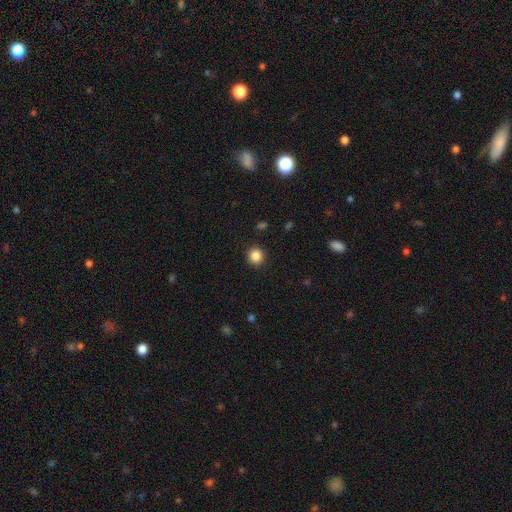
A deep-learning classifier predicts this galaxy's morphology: smooth 86%, star or artifact 10%, featured or disk 4%. Down the decision tree: how rounded — round (88%); merging — none (91%).